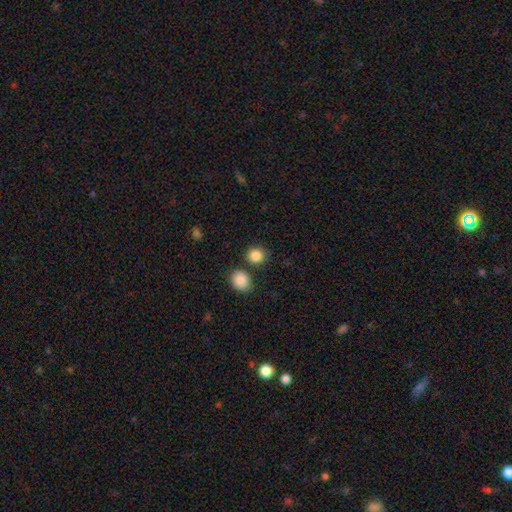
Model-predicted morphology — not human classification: Smooth or featured: smooth — 86% (star or artifact — 10%)
How rounded: round — 81% (in between — 18%)
Merging: none — 78% (merger — 11%)